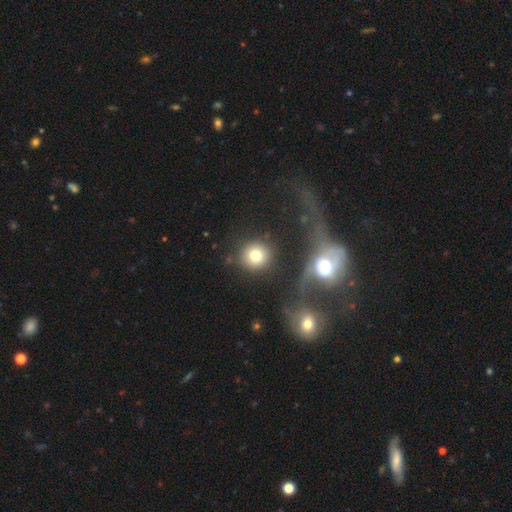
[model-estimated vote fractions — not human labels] This is likely a smooth galaxy (79%). How rounded: clearly round (91%). Merging: likely none (80%).